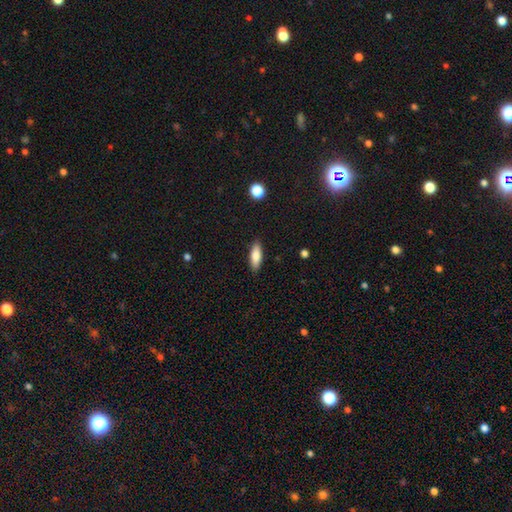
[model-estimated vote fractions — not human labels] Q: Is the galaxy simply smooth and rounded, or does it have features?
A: smooth — 81%.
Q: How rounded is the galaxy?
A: in between — 64%.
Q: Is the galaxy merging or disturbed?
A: none — 88%.